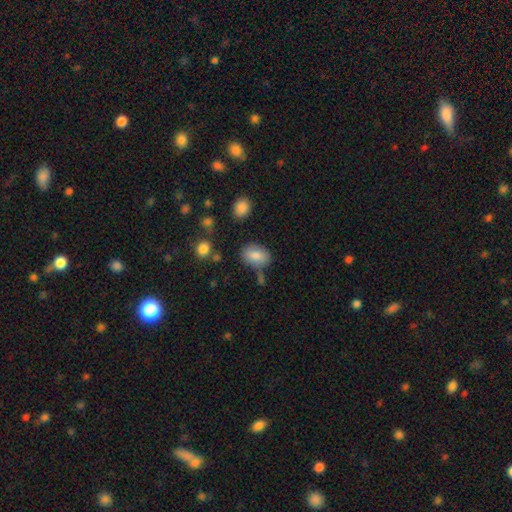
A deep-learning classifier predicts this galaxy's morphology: Q: Smooth or featured?
A: smooth (83%); runner-up: featured or disk (9%)
Q: How rounded?
A: in between (81%); runner-up: round (18%)
Q: Merging?
A: none (70%); runner-up: minor disturbance (18%)